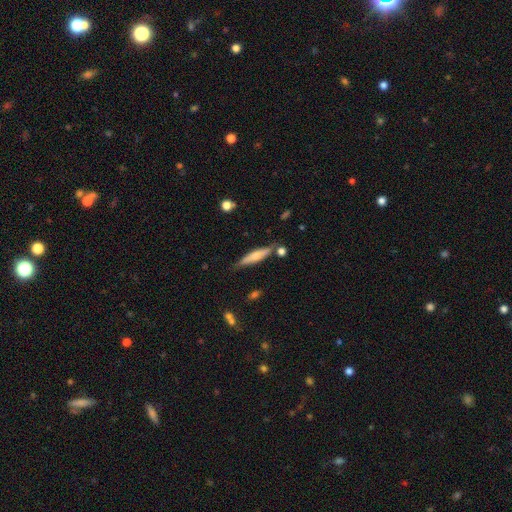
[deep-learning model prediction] A smooth galaxy with no disk features (54%) that is cigar-shaped (81%).

Vote fractions:
- Smooth or featured? smooth: 54% / featured or disk: 39% / star or artifact: 6%
- How rounded? cigar-shaped: 81% / in between: 18% / round: 2%
- Merging? none: 72% / minor disturbance: 17% / merger: 8% / major disturbance: 4%